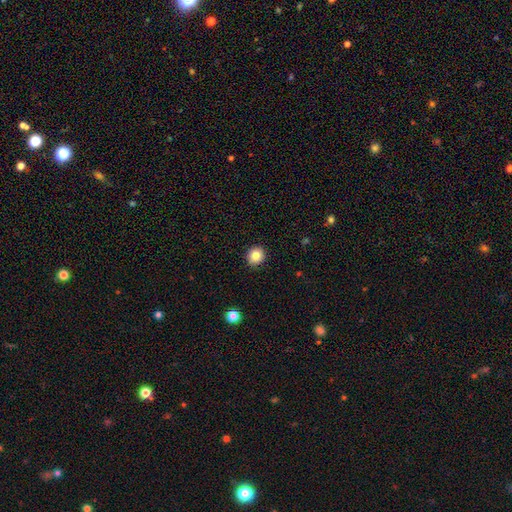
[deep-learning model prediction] smooth-or-featured: smooth: 83% | star or artifact: 10% | featured or disk: 7%
  how-rounded: round: 88% | in between: 11% | cigar-shaped: 1%
  merging: none: 92% | minor disturbance: 6% | major disturbance: 2% | merger: 1%